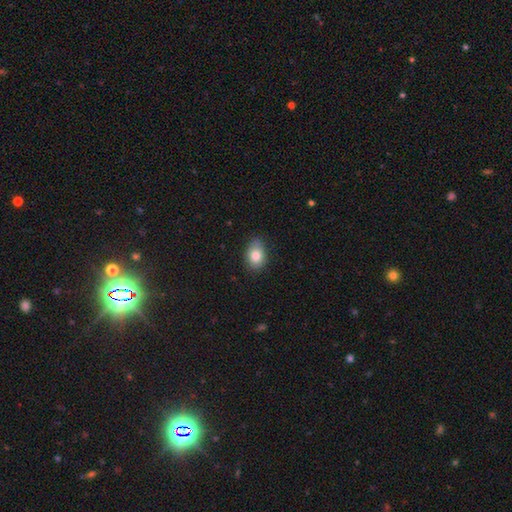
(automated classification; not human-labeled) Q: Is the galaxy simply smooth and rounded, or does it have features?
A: smooth — 82%.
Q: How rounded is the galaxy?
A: in between — 75%.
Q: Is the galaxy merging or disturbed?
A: none — 77%.